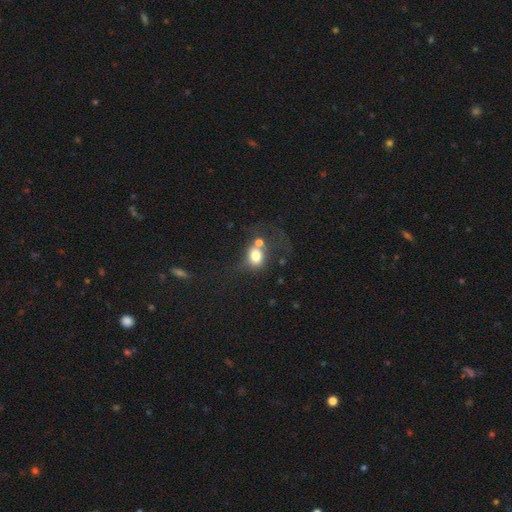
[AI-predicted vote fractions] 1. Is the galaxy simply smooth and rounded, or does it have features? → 73% smooth, 15% featured or disk, 12% star or artifact.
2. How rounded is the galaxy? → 53% round, 46% in between, 1% cigar-shaped.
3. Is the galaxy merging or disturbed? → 40% merger, 32% none, 15% major disturbance, 13% minor disturbance.